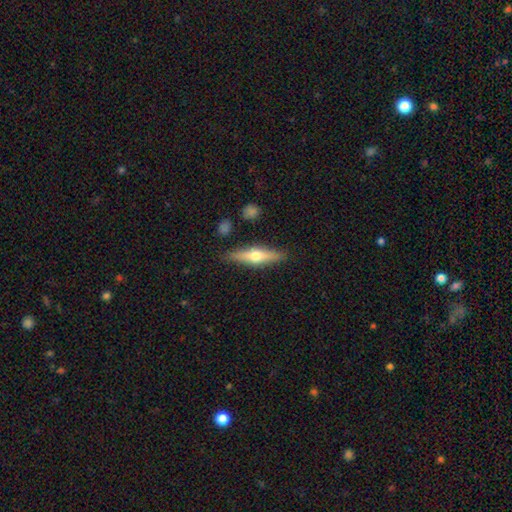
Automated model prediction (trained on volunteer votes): A featured or disk galaxy (58%) viewed edge-on (94%) with a rounded central bulge (94%). Merging: none (87%).